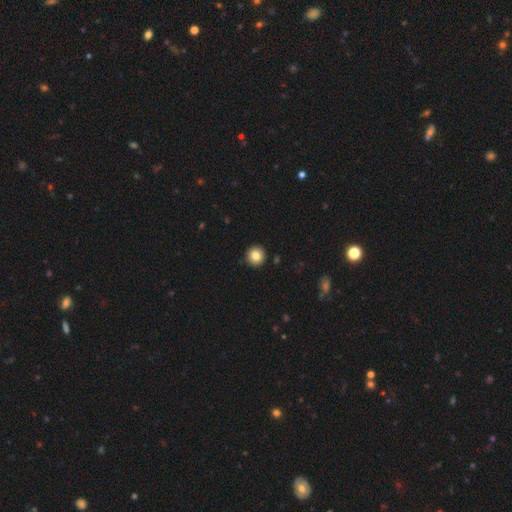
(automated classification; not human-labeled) smooth-or-featured: smooth: 83% | star or artifact: 10% | featured or disk: 7%
  how-rounded: round: 95% | in between: 4% | cigar-shaped: 1%
  merging: none: 93% | minor disturbance: 5% | major disturbance: 1% | merger: 1%